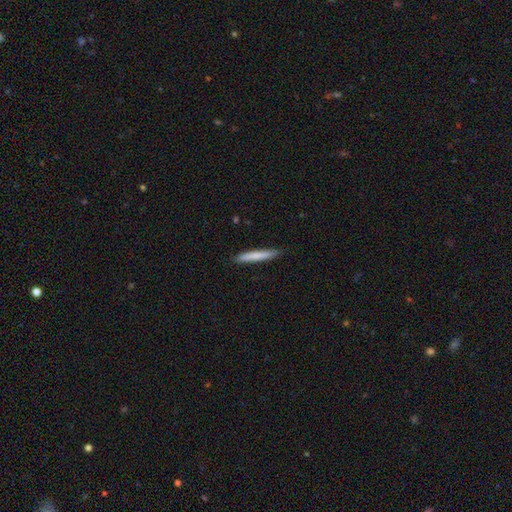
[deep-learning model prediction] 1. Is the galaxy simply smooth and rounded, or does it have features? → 75% smooth, 19% featured or disk, 5% star or artifact.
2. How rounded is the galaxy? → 95% cigar-shaped, 4% in between, 1% round.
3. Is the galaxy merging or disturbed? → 87% none, 10% minor disturbance, 2% major disturbance, 1% merger.